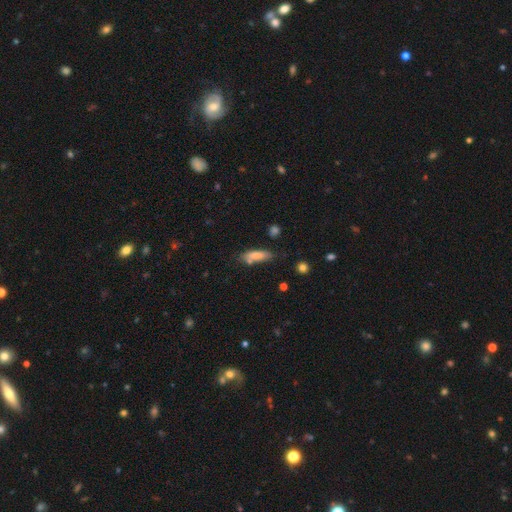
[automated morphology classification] Smooth or featured? smooth (78%)
How rounded? cigar-shaped (56%)
Merging? none (66%)